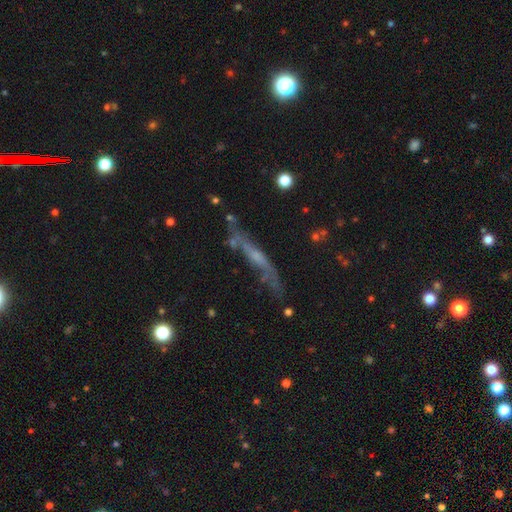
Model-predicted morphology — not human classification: A featured or disk galaxy (60%) viewed edge-on (70%).

Vote fractions:
- Smooth or featured? featured or disk: 60% / smooth: 26% / star or artifact: 14%
- Edge-on disk? yes: 70% / no: 30%
- Merging? none: 60% / minor disturbance: 22% / major disturbance: 12% / merger: 6%